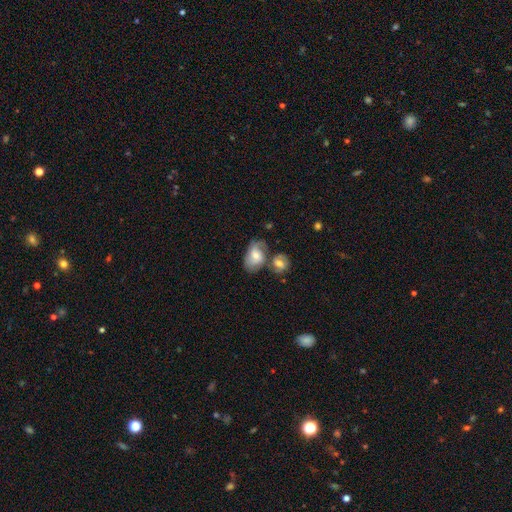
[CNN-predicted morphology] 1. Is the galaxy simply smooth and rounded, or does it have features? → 57% smooth, 36% featured or disk, 7% star or artifact.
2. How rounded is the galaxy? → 84% in between, 15% round, 2% cigar-shaped.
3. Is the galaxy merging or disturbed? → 38% none, 35% merger, 19% minor disturbance, 8% major disturbance.